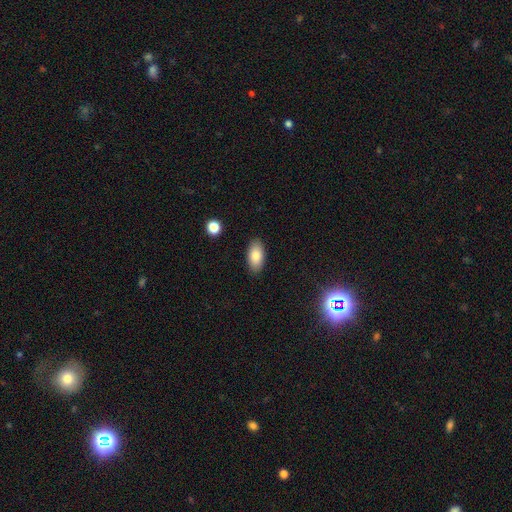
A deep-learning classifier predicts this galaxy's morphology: type=smooth (84%); roundness=in between (94%); merging=none (88%).